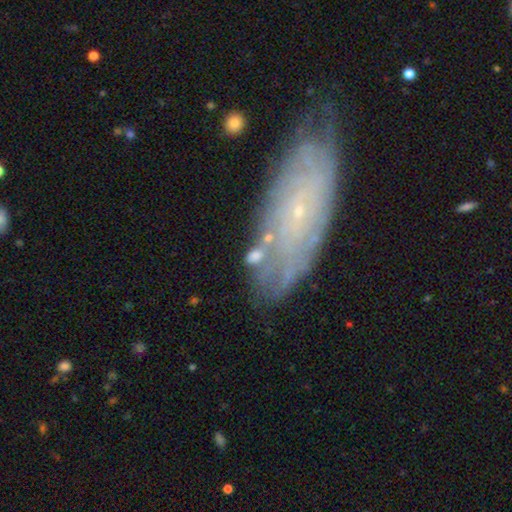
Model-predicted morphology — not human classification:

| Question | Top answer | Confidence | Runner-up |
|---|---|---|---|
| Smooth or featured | smooth | 47% | featured or disk (35%) |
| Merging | none | 40% | merger (23%) |